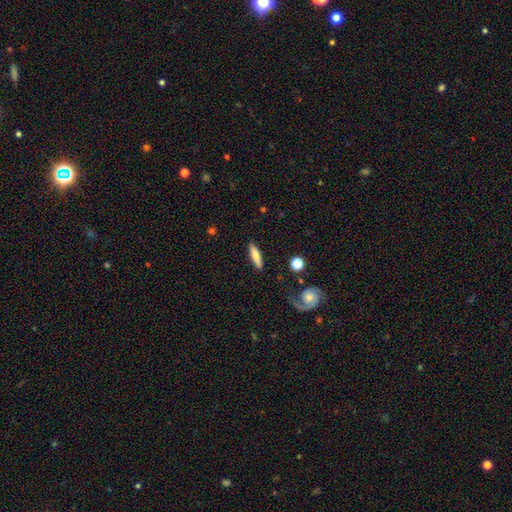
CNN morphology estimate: Smooth or featured?
  - smooth: 65% *
  - featured or disk: 29%
  - star or artifact: 6%
How rounded?
  - cigar-shaped: 73% *
  - in between: 24%
  - round: 2%
Merging?
  - none: 86% *
  - minor disturbance: 9%
  - major disturbance: 3%
  - merger: 2%